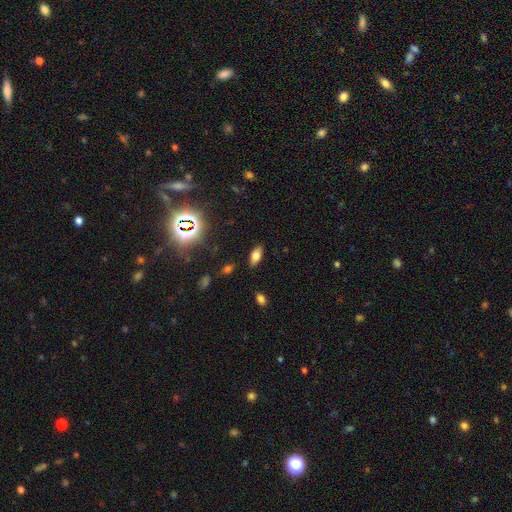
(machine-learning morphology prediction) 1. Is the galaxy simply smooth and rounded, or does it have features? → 69% smooth, 17% featured or disk, 14% star or artifact.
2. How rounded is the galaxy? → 86% in between, 11% cigar-shaped, 4% round.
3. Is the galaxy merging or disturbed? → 86% none, 10% minor disturbance, 3% major disturbance, 2% merger.